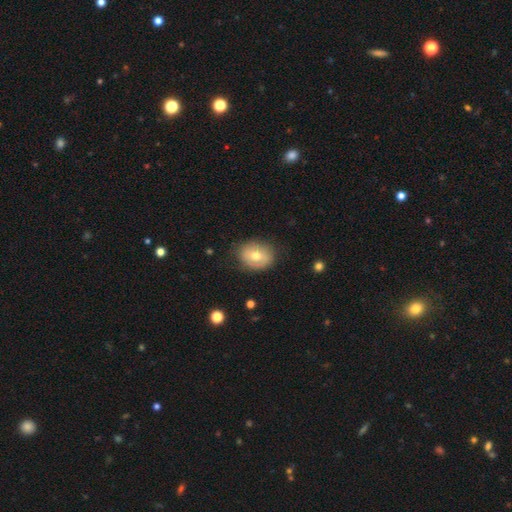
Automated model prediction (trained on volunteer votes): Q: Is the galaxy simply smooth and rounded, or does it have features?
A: smooth — 63%.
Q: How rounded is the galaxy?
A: in between — 52%.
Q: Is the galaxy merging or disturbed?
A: none — 76%.